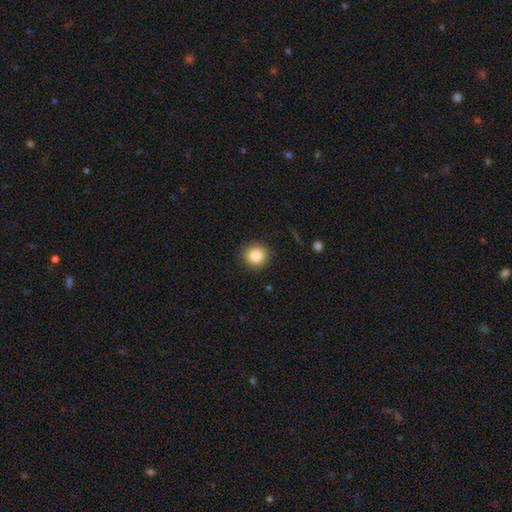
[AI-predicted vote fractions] smooth_or_featured: smooth (p=0.86) [alt: star or artifact p=0.09]
how_rounded: round (p=0.93) [alt: in between p=0.06]
merging: none (p=0.90) [alt: minor disturbance p=0.07]